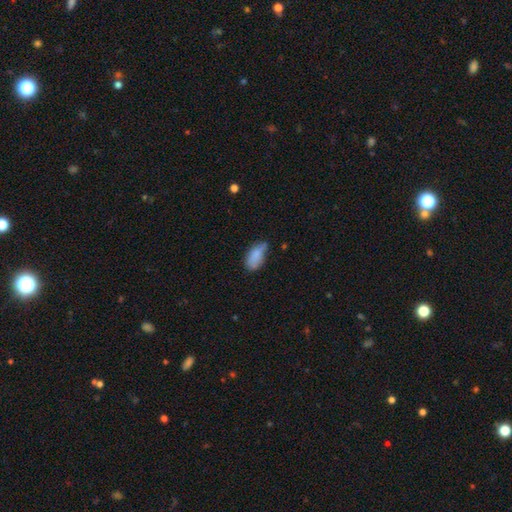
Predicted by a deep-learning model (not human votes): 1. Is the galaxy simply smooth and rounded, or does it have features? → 81% smooth, 11% featured or disk, 8% star or artifact.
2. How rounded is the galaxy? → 90% in between, 6% cigar-shaped, 4% round.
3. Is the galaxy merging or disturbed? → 43% minor disturbance, 40% none, 13% major disturbance, 5% merger.